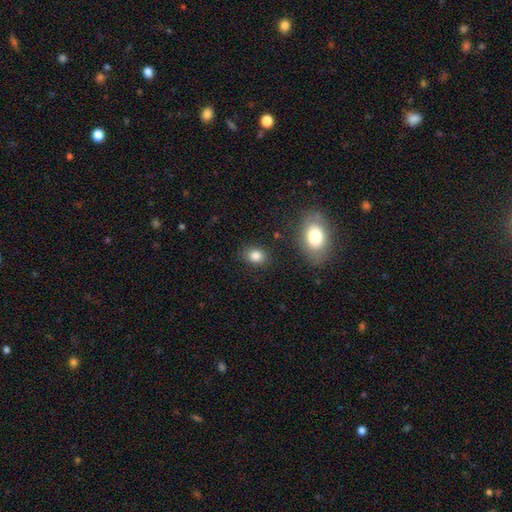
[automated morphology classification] This is clearly a smooth galaxy (83%). How rounded: possibly in between (56%). Merging: clearly none (84%).